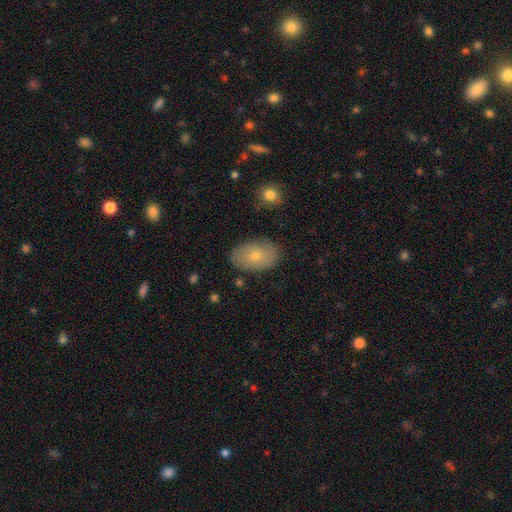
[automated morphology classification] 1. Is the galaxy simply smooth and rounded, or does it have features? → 65% smooth, 26% featured or disk, 9% star or artifact.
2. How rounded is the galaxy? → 90% in between, 8% round, 1% cigar-shaped.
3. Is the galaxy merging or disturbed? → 84% none, 12% minor disturbance, 3% major disturbance, 1% merger.